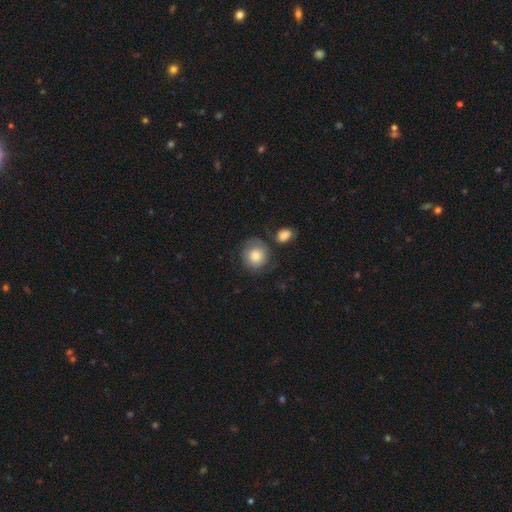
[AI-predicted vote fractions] A smooth galaxy with no disk features (77%) that is round (85%). Merging: none (59%).